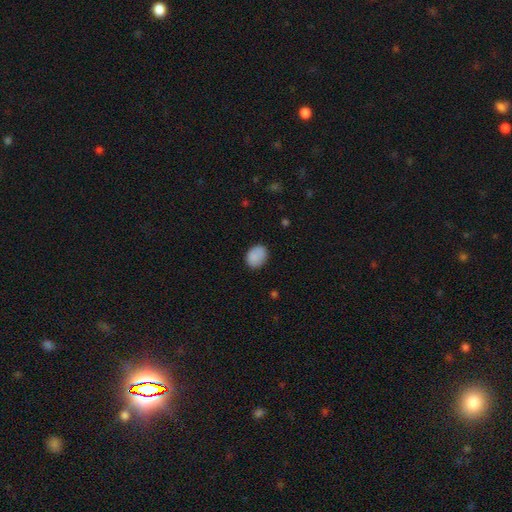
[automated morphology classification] A smooth galaxy with no disk features (88%) that is in between round and cigar-shaped (63%).

Vote fractions:
- Smooth or featured? smooth: 88% / star or artifact: 8% / featured or disk: 4%
- How rounded? in between: 63% / round: 36% / cigar-shaped: 1%
- Merging? none: 82% / minor disturbance: 14% / major disturbance: 3% / merger: 1%